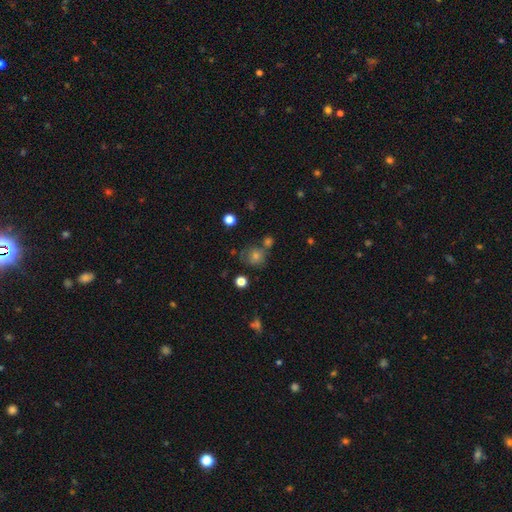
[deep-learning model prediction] smooth-or-featured: smooth: 56% | star or artifact: 27% | featured or disk: 16%
  how-rounded: round: 87% | in between: 12% | cigar-shaped: 1%
  merging: none: 67% | merger: 15% | minor disturbance: 13% | major disturbance: 6%